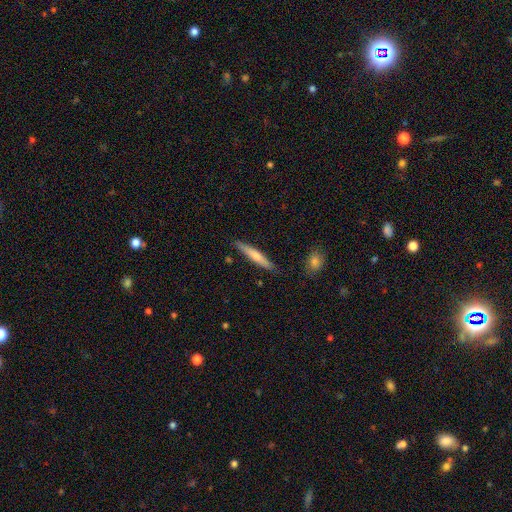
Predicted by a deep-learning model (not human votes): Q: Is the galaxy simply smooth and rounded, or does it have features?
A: smooth — 60%.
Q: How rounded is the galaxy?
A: cigar-shaped — 92%.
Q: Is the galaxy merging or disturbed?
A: none — 86%.